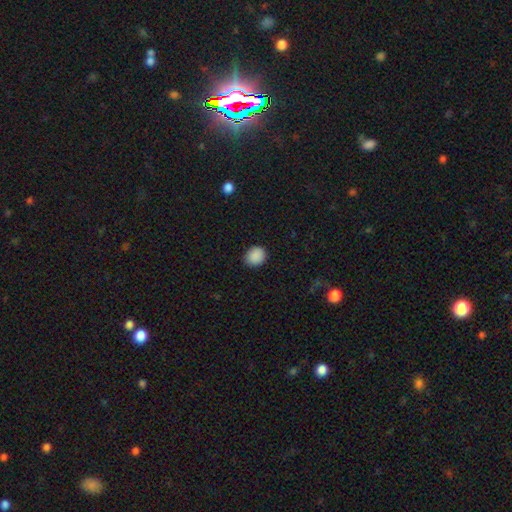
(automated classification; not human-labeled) smooth 89%, star or artifact 9%, featured or disk 3%. Down the decision tree: how rounded — round (73%); merging — none (87%).